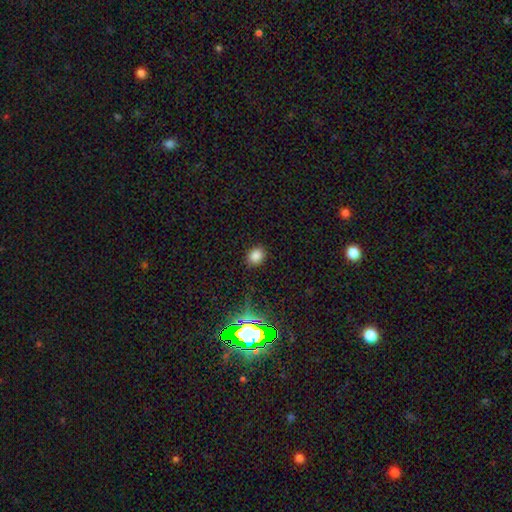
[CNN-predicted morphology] smooth 81%, star or artifact 15%, featured or disk 5%. Down the decision tree: how rounded — round (58%); merging — none (87%).